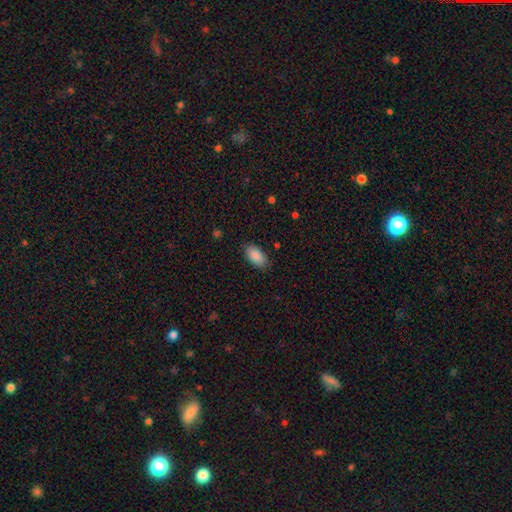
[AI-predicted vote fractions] A smooth galaxy with no disk features (88%) that is in between round and cigar-shaped (94%). Merging: none (85%).